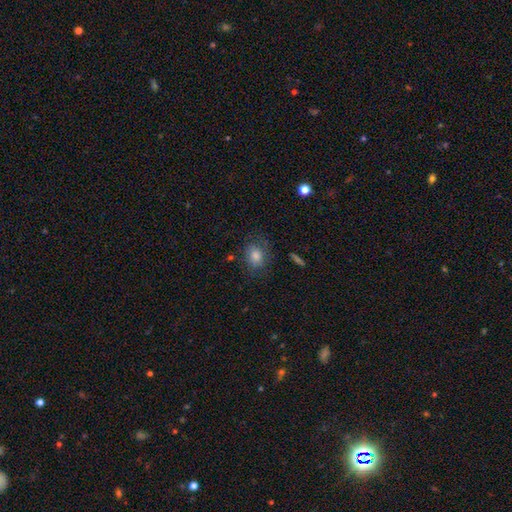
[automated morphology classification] A smooth galaxy with no disk features (68%) that is in between round and cigar-shaped (52%). Merging: none (69%).